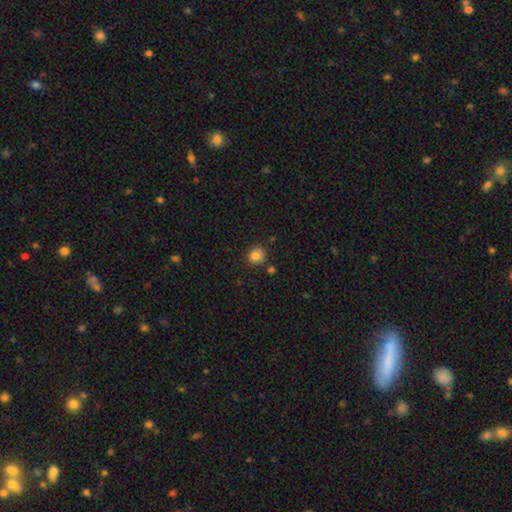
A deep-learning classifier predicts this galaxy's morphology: Overall: smooth (83%). How rounded: round (86%). Merging: none (80%).